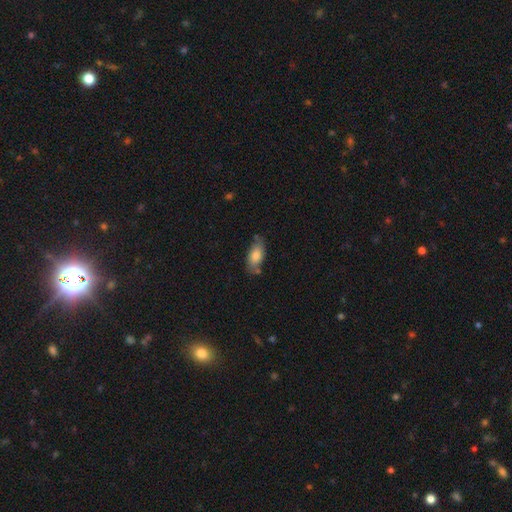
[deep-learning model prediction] The model was most divided on "merging": none: 67%, minor disturbance: 21%, merger: 7%, major disturbance: 5%. More confident: how rounded — in between (89%); smooth or featured — smooth (77%).